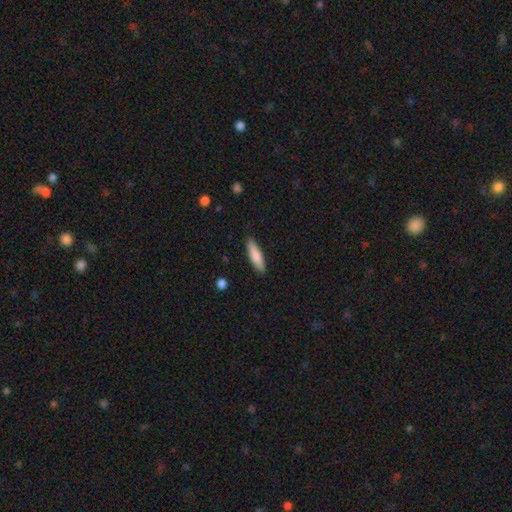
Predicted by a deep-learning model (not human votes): A smooth galaxy with no disk features (79%) that is cigar-shaped (76%).

Vote fractions:
- Smooth or featured? smooth: 79% / featured or disk: 15% / star or artifact: 6%
- How rounded? cigar-shaped: 76% / in between: 23% / round: 1%
- Merging? none: 89% / minor disturbance: 8% / major disturbance: 2% / merger: 1%